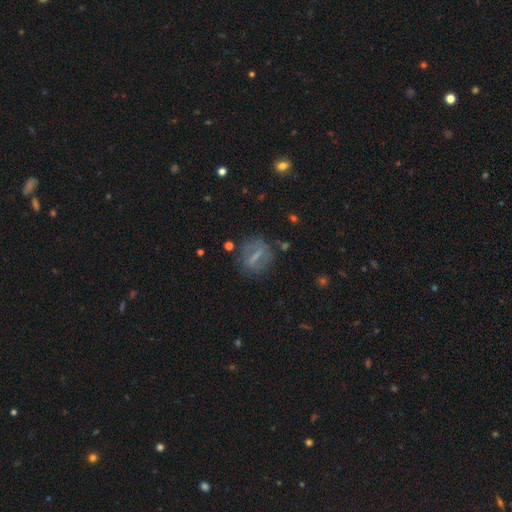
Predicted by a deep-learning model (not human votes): Q: Smooth or featured?
A: featured or disk (53%); runner-up: smooth (35%)
Q: Edge-on disk?
A: no (81%); runner-up: yes (19%)
Q: Merging?
A: none (74%); runner-up: minor disturbance (15%)